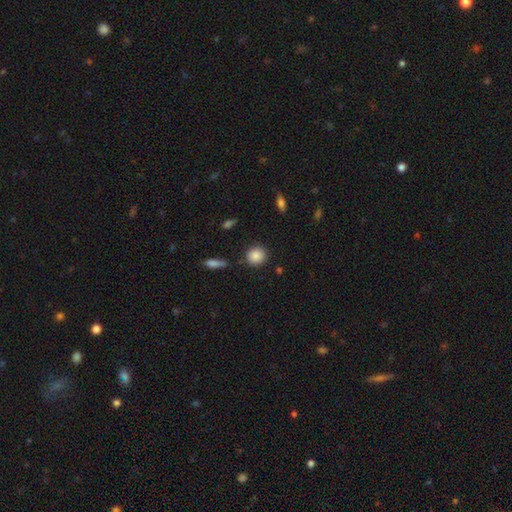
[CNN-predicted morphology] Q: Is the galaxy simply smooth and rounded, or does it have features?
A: smooth — 87%.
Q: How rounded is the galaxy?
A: round — 86%.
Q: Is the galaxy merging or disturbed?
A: none — 85%.